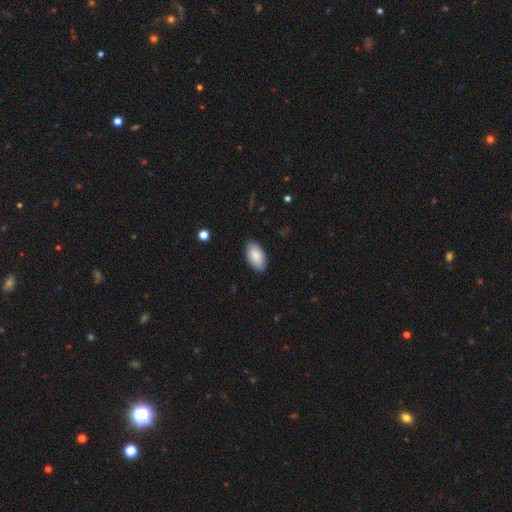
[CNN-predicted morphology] type=smooth (86%); roundness=in between (96%); merging=none (86%).